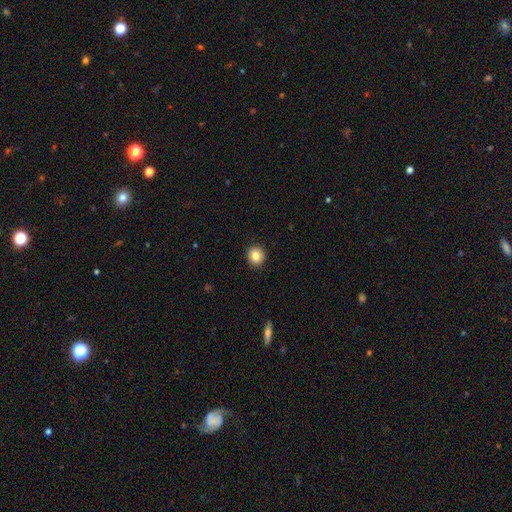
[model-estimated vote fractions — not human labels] This is clearly a smooth galaxy (84%). How rounded: clearly round (84%). Merging: clearly none (92%).